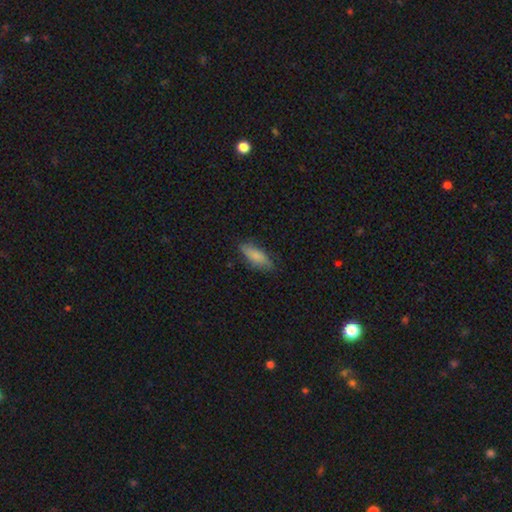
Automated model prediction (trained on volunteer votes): A smooth galaxy with no disk features (82%) that is in between round and cigar-shaped (71%).

Vote fractions:
- Smooth or featured? smooth: 82% / featured or disk: 11% / star or artifact: 6%
- How rounded? in between: 71% / cigar-shaped: 27% / round: 2%
- Merging? none: 75% / minor disturbance: 20% / major disturbance: 4% / merger: 1%